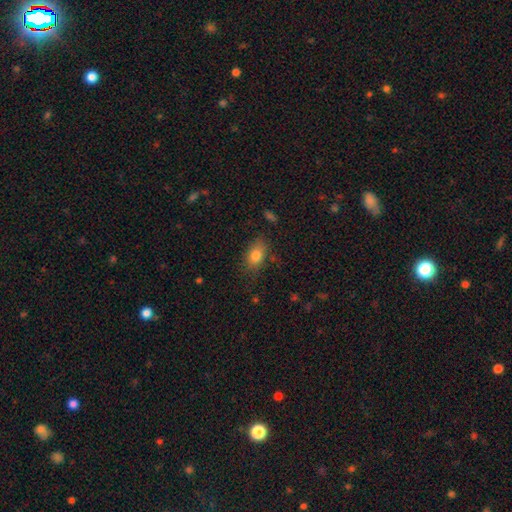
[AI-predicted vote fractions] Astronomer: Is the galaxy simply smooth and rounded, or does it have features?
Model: smooth — 81%.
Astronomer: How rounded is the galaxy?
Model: in between — 82%.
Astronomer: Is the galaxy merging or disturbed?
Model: none — 75%.